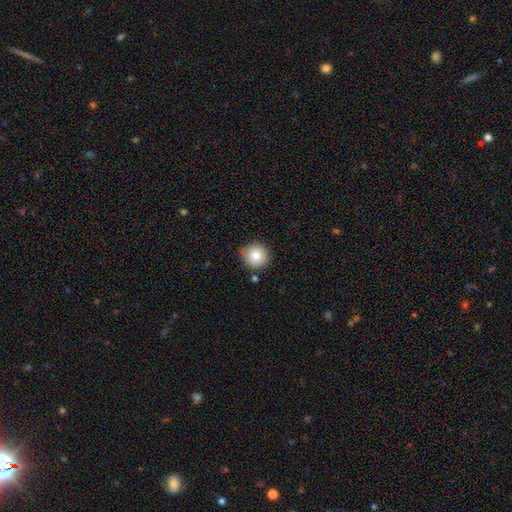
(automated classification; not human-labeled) A smooth galaxy with no disk features (80%) that is round (94%).

Vote fractions:
- Smooth or featured? smooth: 80% / featured or disk: 10% / star or artifact: 9%
- How rounded? round: 94% / in between: 5% / cigar-shaped: 1%
- Merging? none: 79% / minor disturbance: 15% / merger: 4% / major disturbance: 3%